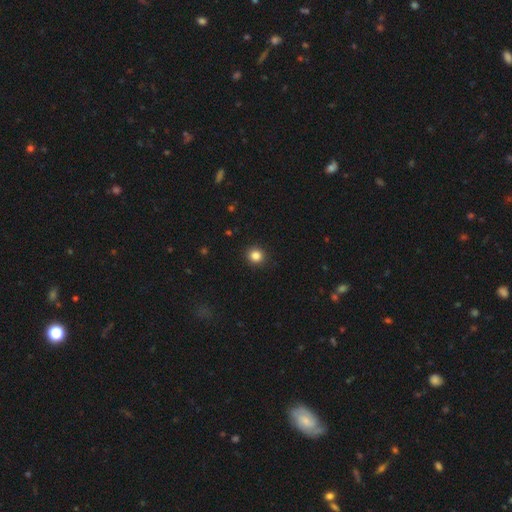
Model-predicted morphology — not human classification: The model was most divided on "smooth or featured": smooth: 84%, star or artifact: 11%, featured or disk: 4%. More confident: merging — none (92%); how rounded — round (90%).